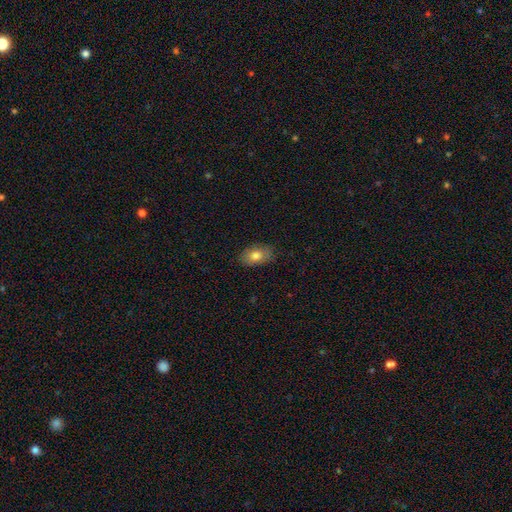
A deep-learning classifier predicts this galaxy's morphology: Smooth or featured?
  - smooth: 79% *
  - featured or disk: 13%
  - star or artifact: 8%
How rounded?
  - in between: 88% *
  - round: 10%
  - cigar-shaped: 2%
Merging?
  - none: 83% *
  - minor disturbance: 13%
  - major disturbance: 3%
  - merger: 1%